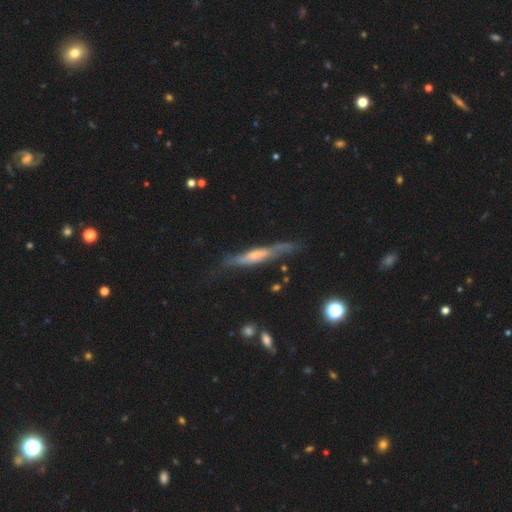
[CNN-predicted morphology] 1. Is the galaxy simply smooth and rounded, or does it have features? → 66% featured or disk, 27% smooth, 7% star or artifact.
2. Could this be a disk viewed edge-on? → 84% yes, 16% no.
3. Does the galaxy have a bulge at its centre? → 49% rounded, 33% none, 18% boxy.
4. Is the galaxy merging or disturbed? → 64% none, 25% minor disturbance, 9% major disturbance, 3% merger.